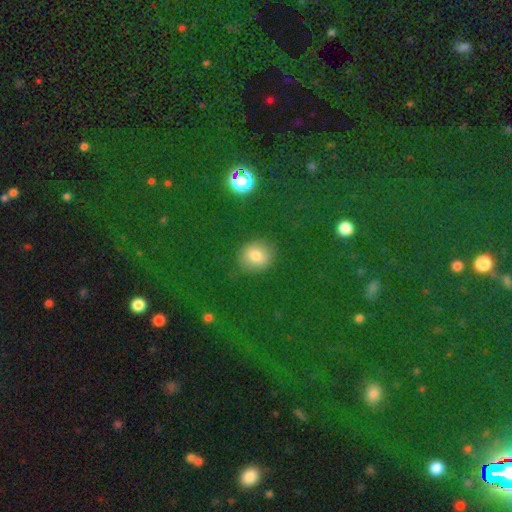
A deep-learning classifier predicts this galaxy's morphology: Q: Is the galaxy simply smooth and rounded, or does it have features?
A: smooth — 70%.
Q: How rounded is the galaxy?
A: round — 76%.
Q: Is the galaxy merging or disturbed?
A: none — 87%.